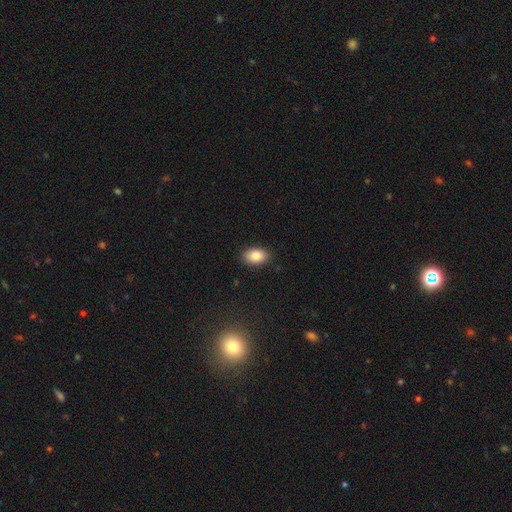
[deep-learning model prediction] This appears to be a smooth galaxy with no disk features (86%) that is in between round and cigar-shaped (89%). Merging: none (88%).